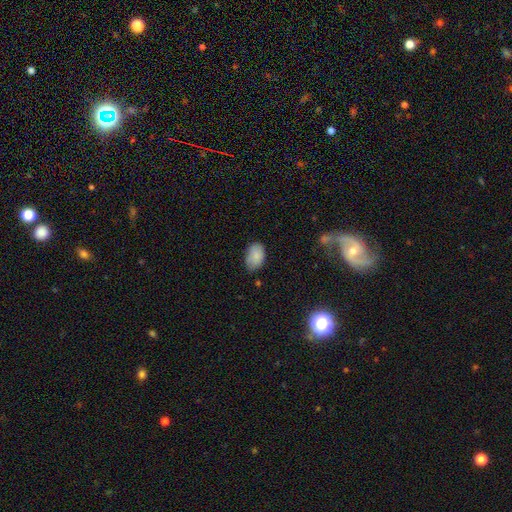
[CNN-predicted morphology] Smooth or featured? Predicted: smooth (p=0.85). How rounded? Predicted: in between (p=0.90). Merging? Predicted: none (p=0.68).